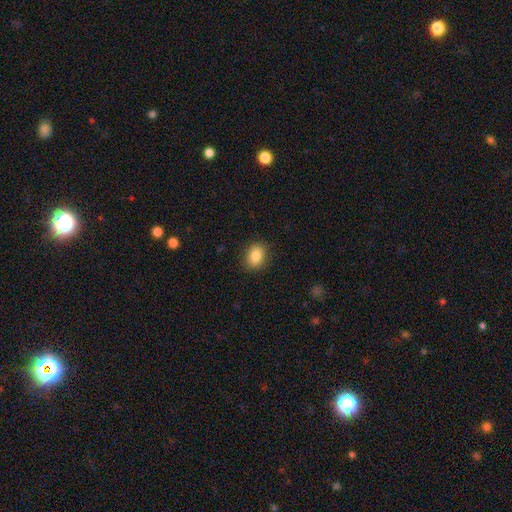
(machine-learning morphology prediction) The model was most divided on "how rounded": in between: 62%, round: 37%, cigar-shaped: 1%. More confident: merging — none (88%); smooth or featured — smooth (84%).